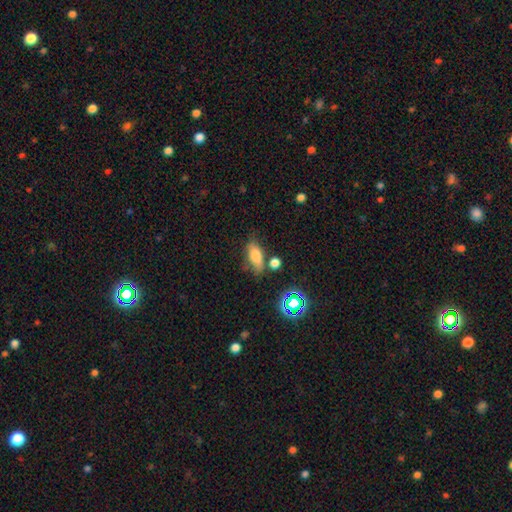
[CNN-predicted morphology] Smooth or featured? smooth (71%)
How rounded? in between (75%)
Merging? none (62%)